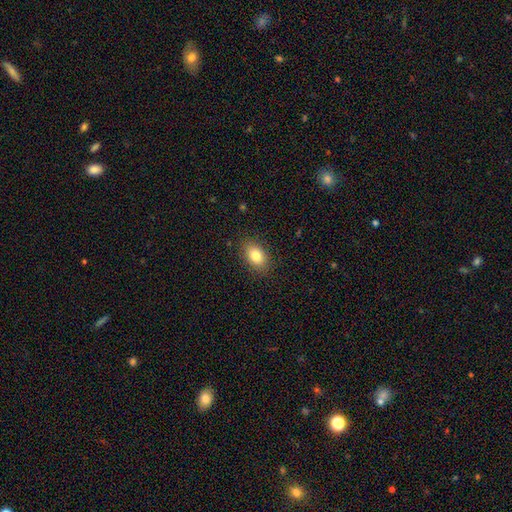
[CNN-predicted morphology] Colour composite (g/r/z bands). It shows a smooth galaxy with no disk features (82%) that is in between round and cigar-shaped (83%). Merging: none (87%).